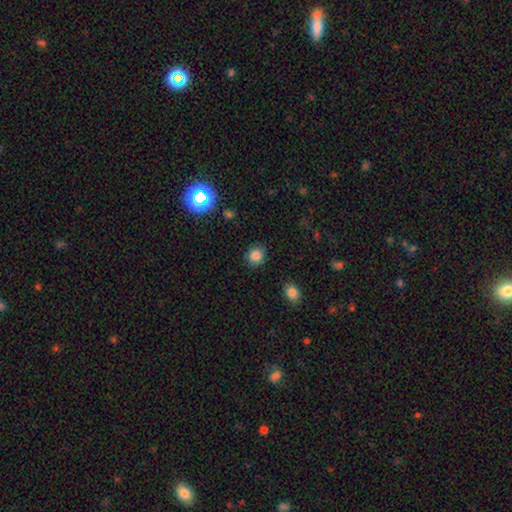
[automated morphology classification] Smooth or featured: smooth — 84% (star or artifact — 12%)
How rounded: round — 83% (in between — 16%)
Merging: none — 89% (minor disturbance — 7%)